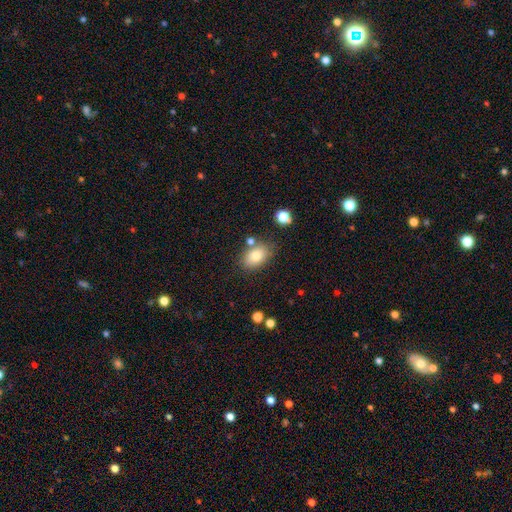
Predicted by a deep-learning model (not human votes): smooth 79%, featured or disk 11%, star or artifact 10%. Down the decision tree: how rounded — in between (81%); merging — none (74%).